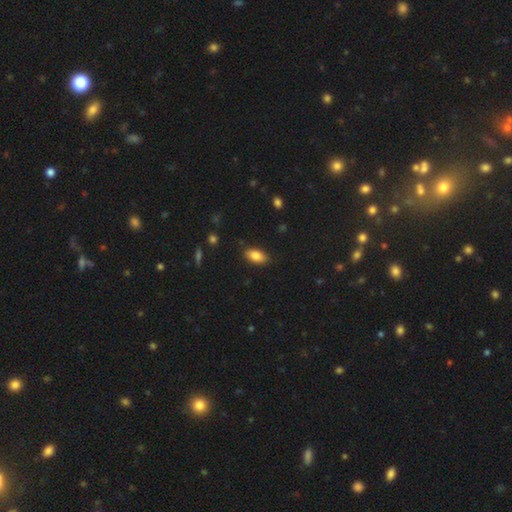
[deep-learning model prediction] This appears to be a smooth galaxy with no disk features (84%) that is in between round and cigar-shaped (91%). Merging: none (85%).